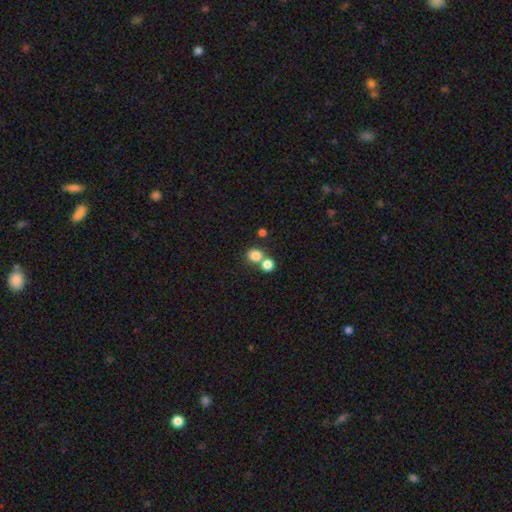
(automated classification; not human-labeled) smooth-or-featured: smooth: 81% | star or artifact: 12% | featured or disk: 7%
  how-rounded: round: 75% | in between: 24% | cigar-shaped: 1%
  merging: none: 50% | merger: 40% | minor disturbance: 7% | major disturbance: 3%